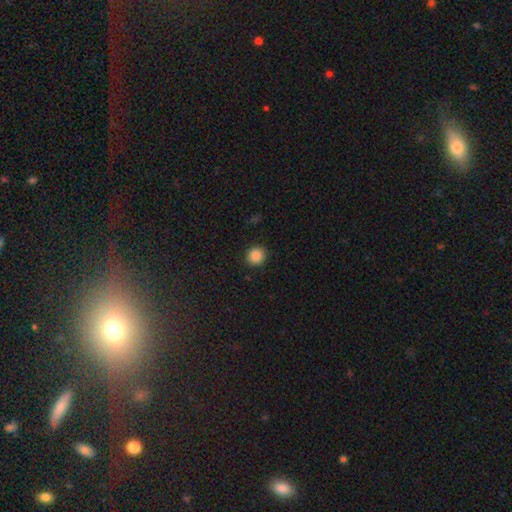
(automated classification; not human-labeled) This appears to be a smooth galaxy with no disk features (87%) that is round (90%). Merging: none (91%).